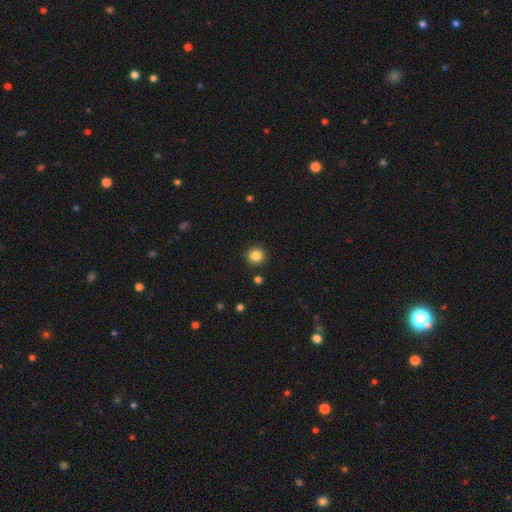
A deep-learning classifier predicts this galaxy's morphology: This is clearly a smooth galaxy (85%). How rounded: clearly round (94%). Merging: clearly none (91%).